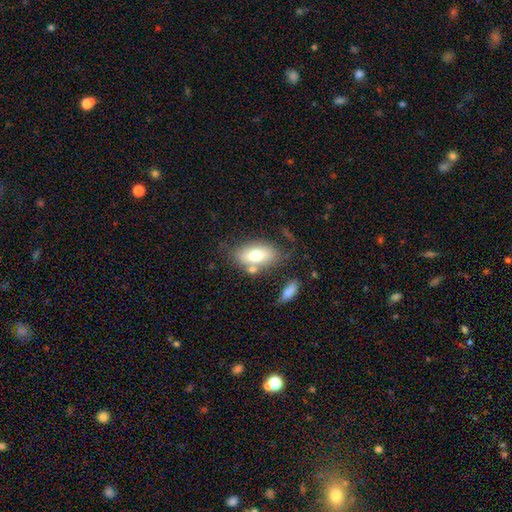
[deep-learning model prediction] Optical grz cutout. It shows a smooth galaxy with no disk features (68%) that is in between round and cigar-shaped (88%). Merging: none (59%).